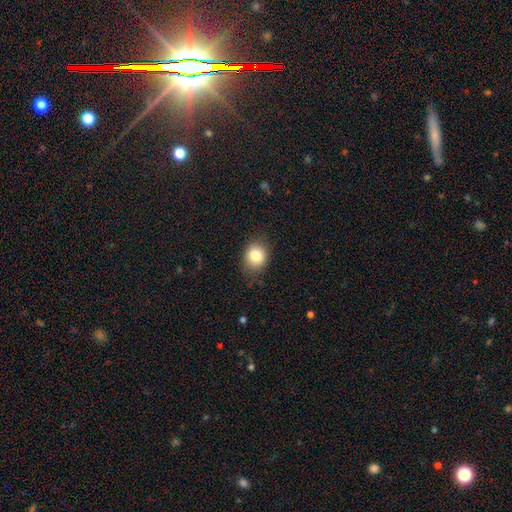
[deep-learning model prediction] smooth-or-featured: smooth: 81% | star or artifact: 10% | featured or disk: 9%
  how-rounded: round: 61% | in between: 38% | cigar-shaped: 1%
  merging: none: 80% | minor disturbance: 15% | major disturbance: 4% | merger: 1%